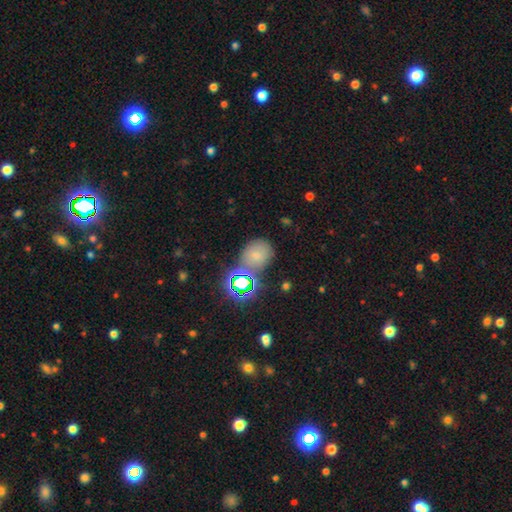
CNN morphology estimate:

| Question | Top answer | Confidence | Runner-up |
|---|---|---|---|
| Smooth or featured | smooth | 60% | star or artifact (28%) |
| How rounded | round | 63% | in between (36%) |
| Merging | none | 65% | minor disturbance (17%) |